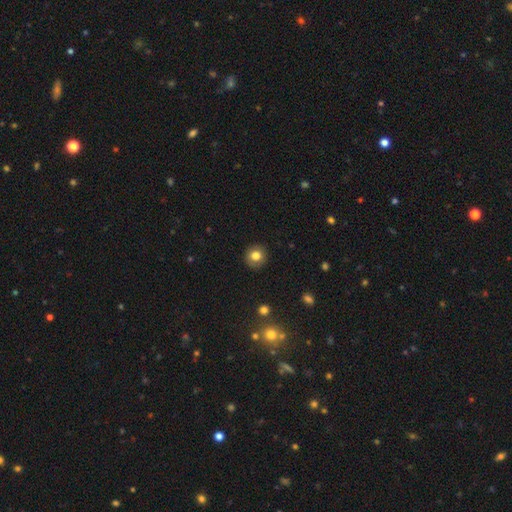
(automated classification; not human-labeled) Overall: smooth (79%). How rounded: round (91%). Merging: none (90%).